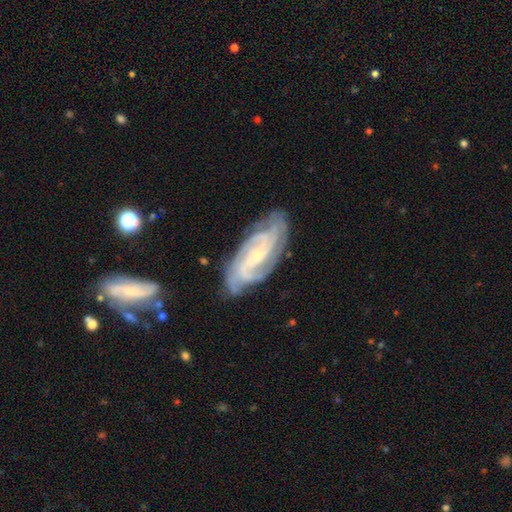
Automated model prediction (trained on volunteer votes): Smooth or featured: featured or disk — 89% (smooth — 5%)
Edge-on disk: no — 95% (yes — 5%)
Bar: no — 49% (weak — 37%)
Spiral arms: yes — 98% (no — 2%)
Spiral winding: tight — 64% (medium — 31%)
Spiral arm count: 3 — 28% (4 — 21%)
Bulge size: small — 72% (moderate — 22%)
Merging: none — 77% (minor disturbance — 16%)